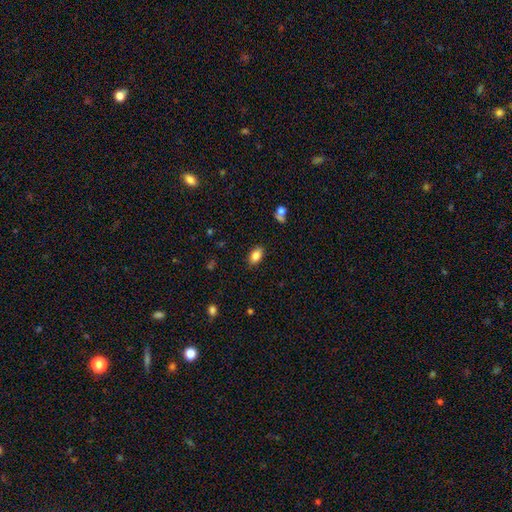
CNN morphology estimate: Overall: smooth (85%). How rounded: in between (89%). Merging: none (86%).